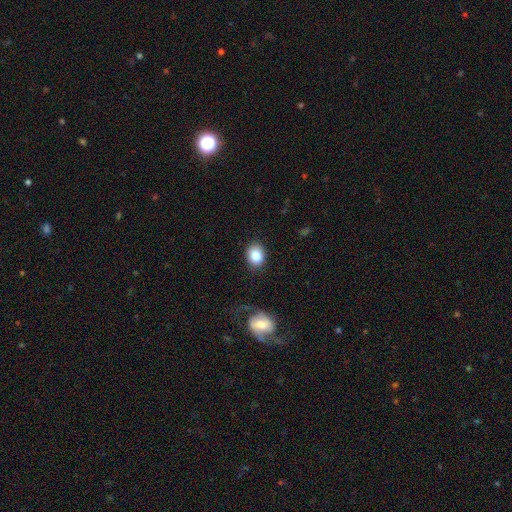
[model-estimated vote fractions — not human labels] A smooth galaxy with no disk features (86%) that is in between round and cigar-shaped (51%). Merging: none (83%).